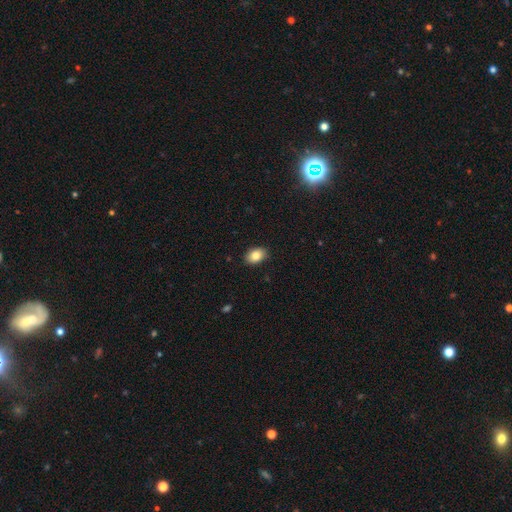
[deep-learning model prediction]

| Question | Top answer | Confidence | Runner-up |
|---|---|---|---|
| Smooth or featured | smooth | 83% | featured or disk (9%) |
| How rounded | in between | 82% | round (17%) |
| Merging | none | 89% | minor disturbance (9%) |